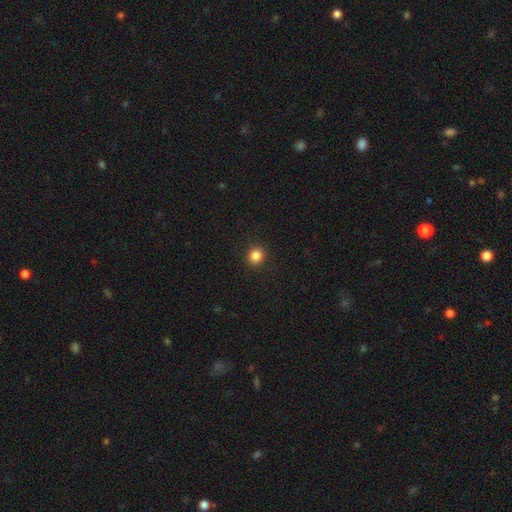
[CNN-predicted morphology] Overall: smooth (85%). How rounded: round (86%). Merging: none (92%).